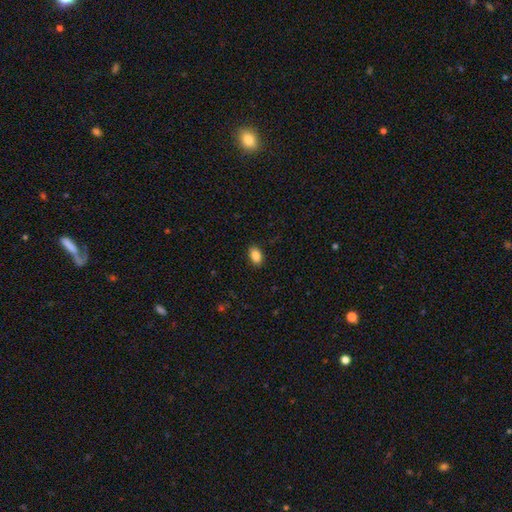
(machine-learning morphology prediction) Smooth or featured? Predicted: smooth (p=0.87). How rounded? Predicted: in between (p=0.89). Merging? Predicted: none (p=0.89).